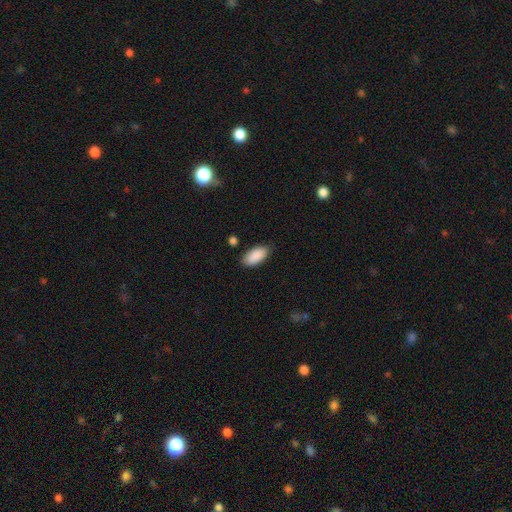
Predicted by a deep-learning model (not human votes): A smooth galaxy with no disk features (90%) that is in between round and cigar-shaped (94%).

Vote fractions:
- Smooth or featured? smooth: 90% / star or artifact: 6% / featured or disk: 4%
- How rounded? in between: 94% / cigar-shaped: 4% / round: 2%
- Merging? none: 84% / minor disturbance: 12% / major disturbance: 2% / merger: 2%